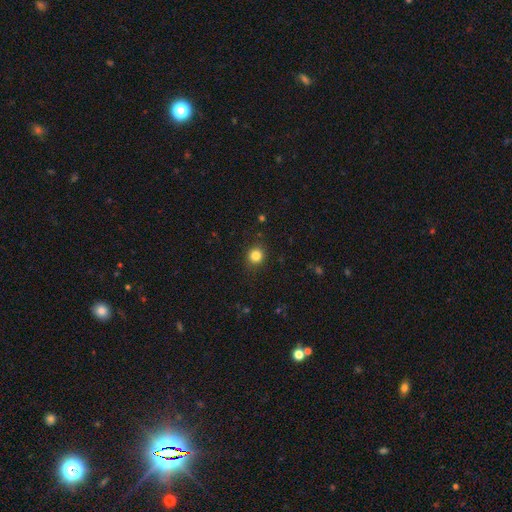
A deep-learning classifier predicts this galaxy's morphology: smooth 84%, star or artifact 12%, featured or disk 5%. Down the decision tree: how rounded — round (87%); merging — none (89%).